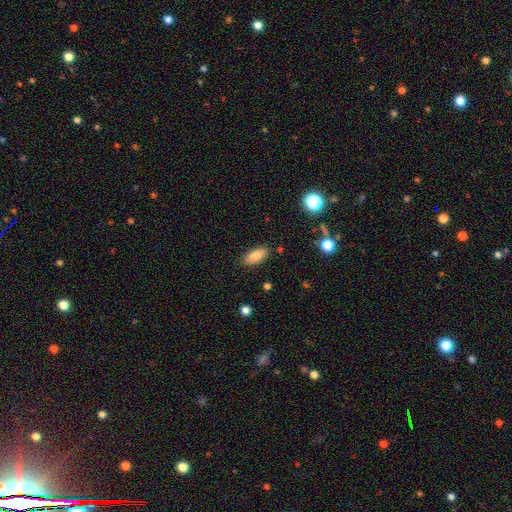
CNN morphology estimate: smooth 81%, featured or disk 12%, star or artifact 8%. Down the decision tree: how rounded — in between (84%); merging — none (86%).